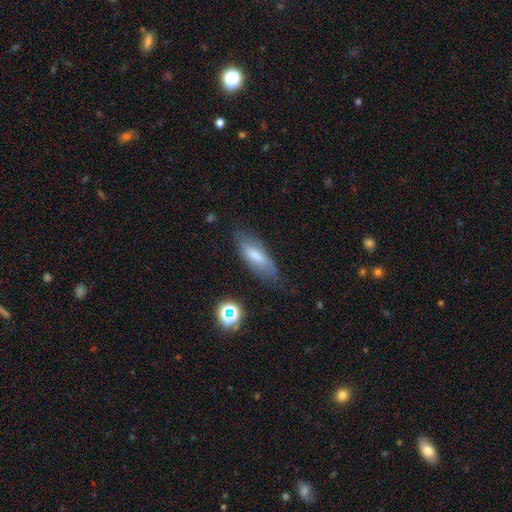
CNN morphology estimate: smooth_or_featured: smooth (p=0.62) [alt: featured or disk p=0.29]
how_rounded: in between (p=0.60) [alt: cigar-shaped p=0.37]
merging: none (p=0.67) [alt: minor disturbance p=0.23]